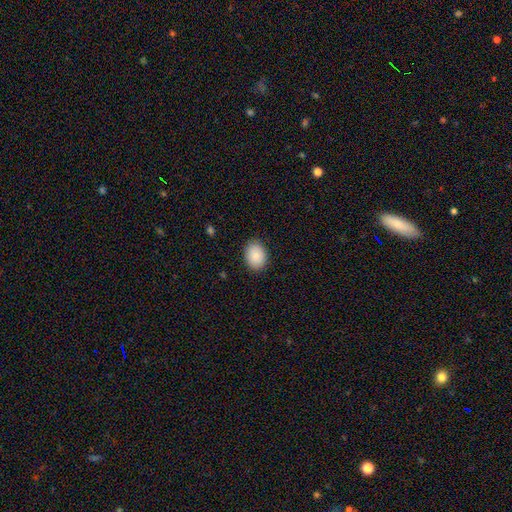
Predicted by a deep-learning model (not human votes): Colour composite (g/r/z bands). It shows a smooth galaxy with no disk features (88%) that is in between round and cigar-shaped (72%). Merging: none (88%).